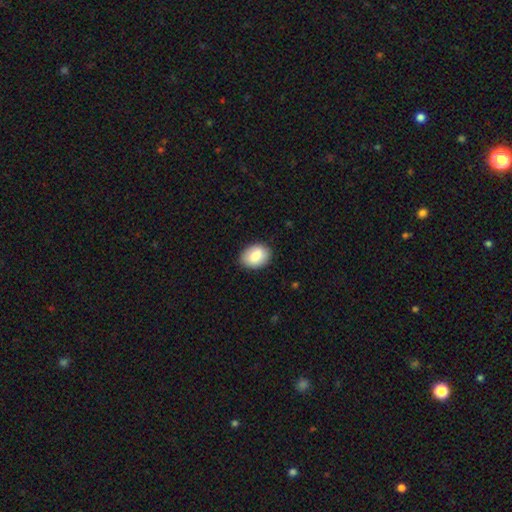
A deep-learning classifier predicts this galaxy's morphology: Smooth or featured? Predicted: smooth (p=0.83). How rounded? Predicted: in between (p=0.76). Merging? Predicted: none (p=0.86).